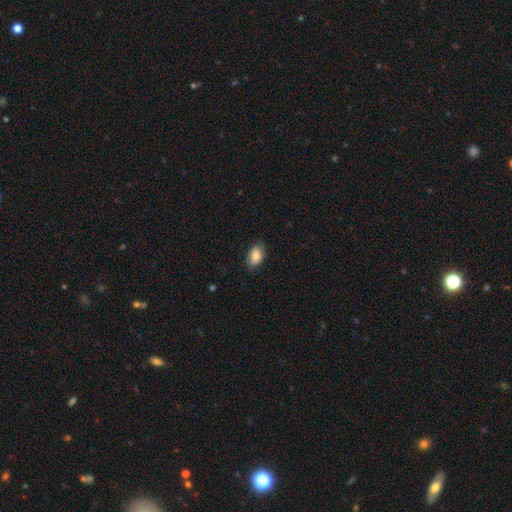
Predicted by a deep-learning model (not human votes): Smooth or featured?
  - smooth: 76% *
  - featured or disk: 17%
  - star or artifact: 7%
How rounded?
  - in between: 90% *
  - round: 9%
  - cigar-shaped: 2%
Merging?
  - none: 76% *
  - minor disturbance: 18%
  - major disturbance: 5%
  - merger: 1%